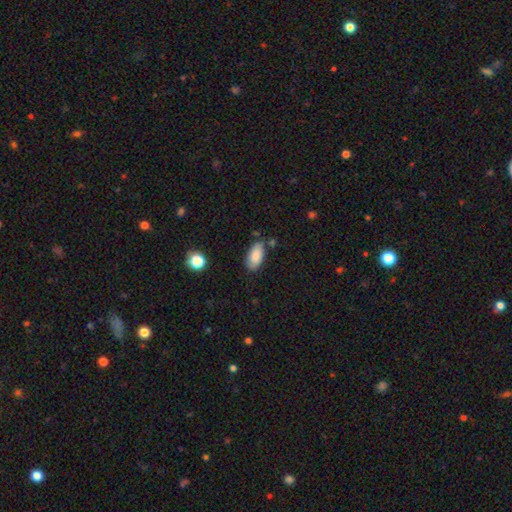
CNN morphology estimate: Overall: smooth (84%). How rounded: in between (93%). Merging: none (72%).